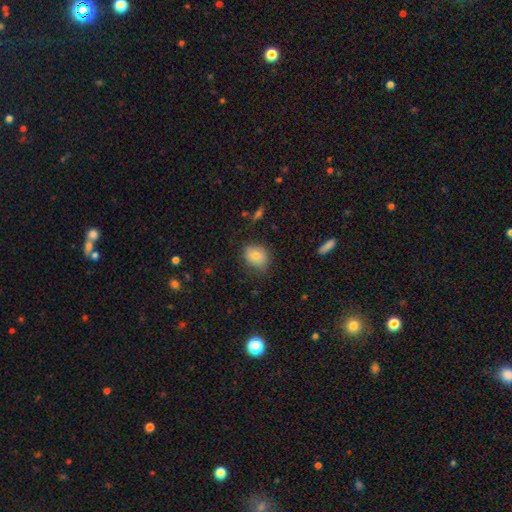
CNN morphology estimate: smooth_or_featured: smooth (p=0.79) [alt: featured or disk p=0.12]
how_rounded: round (p=0.53) [alt: in between p=0.46]
merging: none (p=0.72) [alt: minor disturbance p=0.22]